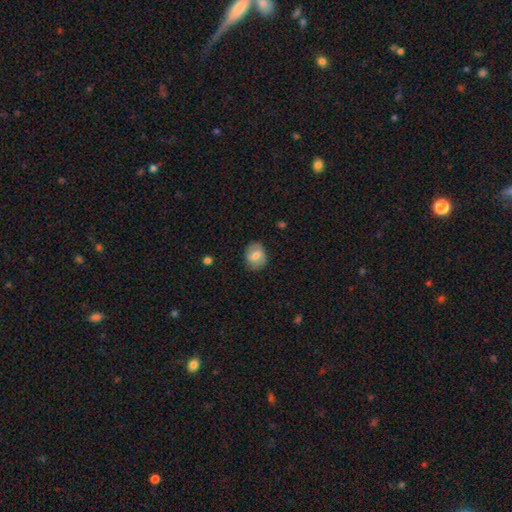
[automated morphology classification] Smooth or featured: smooth — 60% (featured or disk — 32%)
How rounded: round — 56% (in between — 43%)
Merging: none — 80% (minor disturbance — 15%)